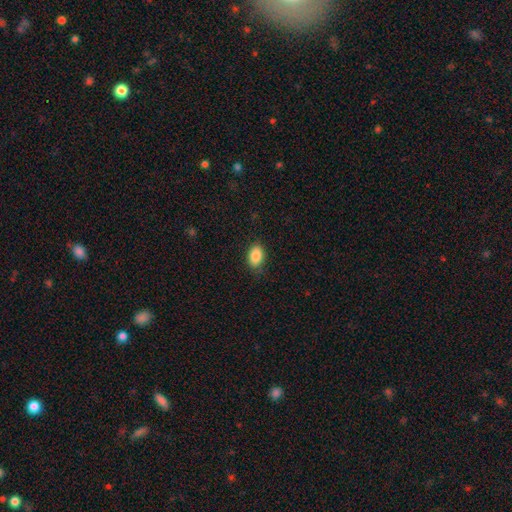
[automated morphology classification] This appears to be a smooth galaxy with no disk features (88%) that is in between round and cigar-shaped (88%). Merging: none (84%).